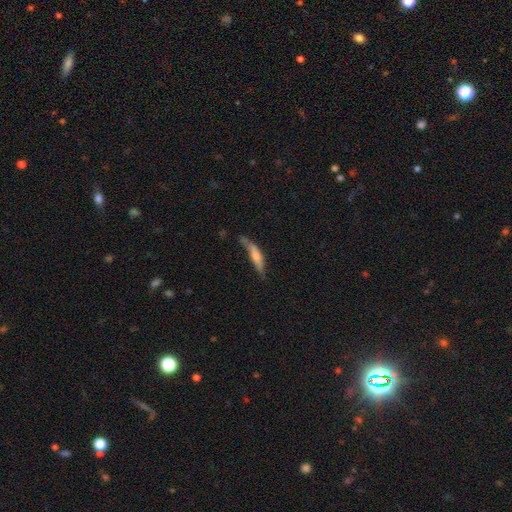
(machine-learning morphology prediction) A smooth galaxy with no disk features (46%).

Vote fractions:
- Smooth or featured? smooth: 46% / featured or disk: 45% / star or artifact: 9%
- Merging? none: 47% / minor disturbance: 30% / major disturbance: 17% / merger: 6%